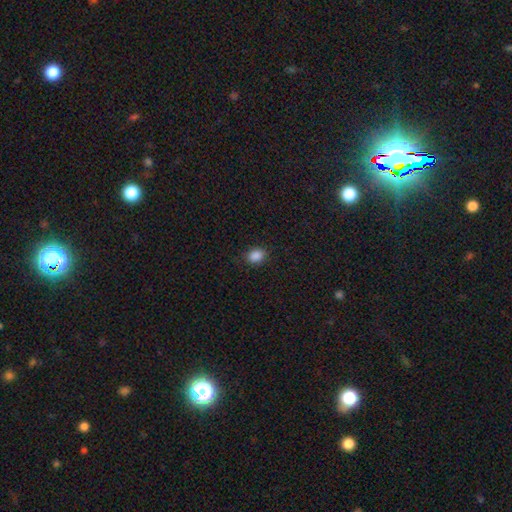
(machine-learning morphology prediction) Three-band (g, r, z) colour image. It shows a smooth galaxy with no disk features (87%) that is in between round and cigar-shaped (60%). Merging: none (88%).